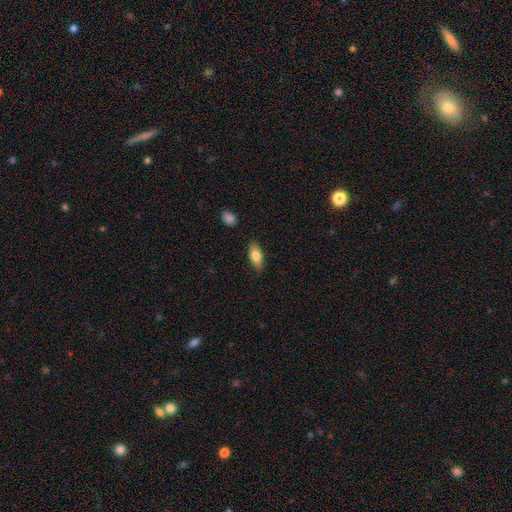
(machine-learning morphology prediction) This appears to be a smooth galaxy with no disk features (79%) that is in between round and cigar-shaped (84%). Merging: none (83%).